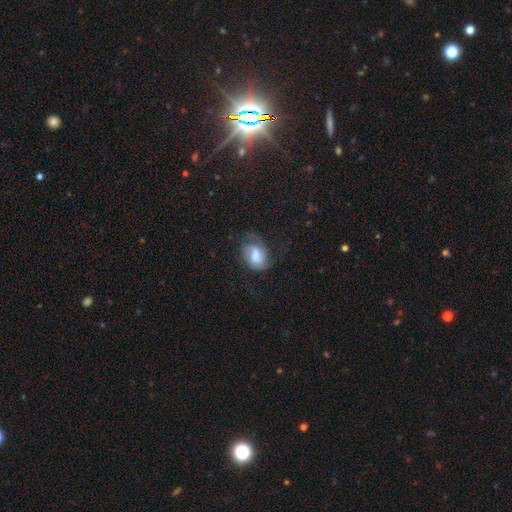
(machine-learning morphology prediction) Smooth or featured?
  - featured or disk: 56% *
  - smooth: 36%
  - star or artifact: 8%
Edge-on disk?
  - no: 97% *
  - yes: 3%
Bar?
  - weak: 53% *
  - no: 26%
  - strong: 21%
Spiral arms?
  - yes: 86% *
  - no: 14%
Bulge size?
  - moderate: 43% *
  - large: 22%
  - small: 21%
  - none: 11%
  - dominant: 3%
Merging?
  - none: 50% *
  - minor disturbance: 25%
  - major disturbance: 23%
  - merger: 2%